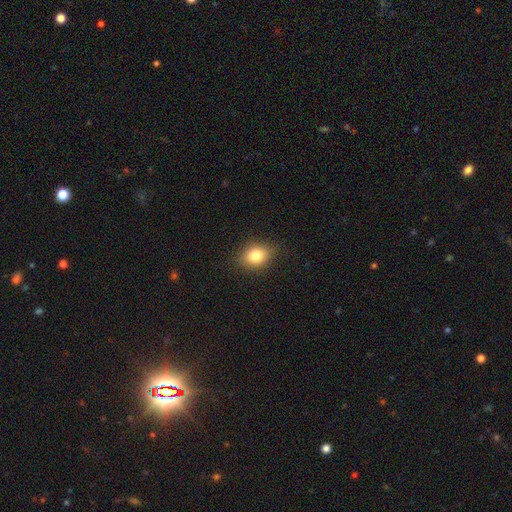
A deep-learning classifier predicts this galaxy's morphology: Smooth or featured: smooth — 81% (star or artifact — 10%)
How rounded: in between — 61% (round — 37%)
Merging: none — 85% (minor disturbance — 11%)